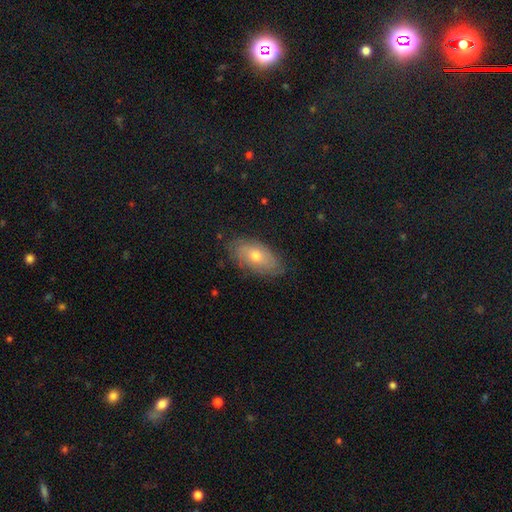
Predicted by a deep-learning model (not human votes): smooth_or_featured: smooth (p=0.53) [alt: featured or disk p=0.38]
how_rounded: in between (p=0.91) [alt: round p=0.05]
merging: none (p=0.77) [alt: minor disturbance p=0.18]